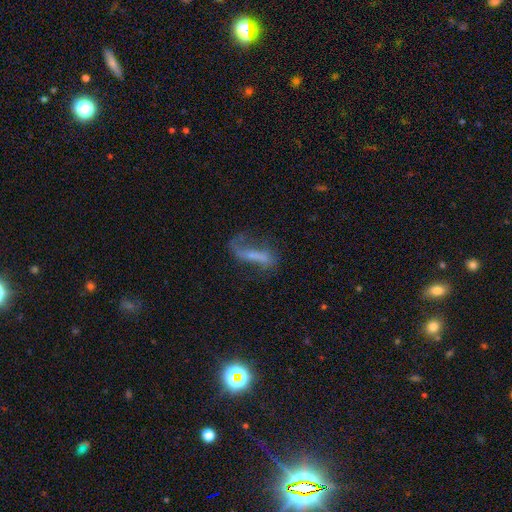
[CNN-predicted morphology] featured or disk 60%, smooth 28%, star or artifact 12%. Down the decision tree: edge-on disk — no (82%); merging — none (44%).